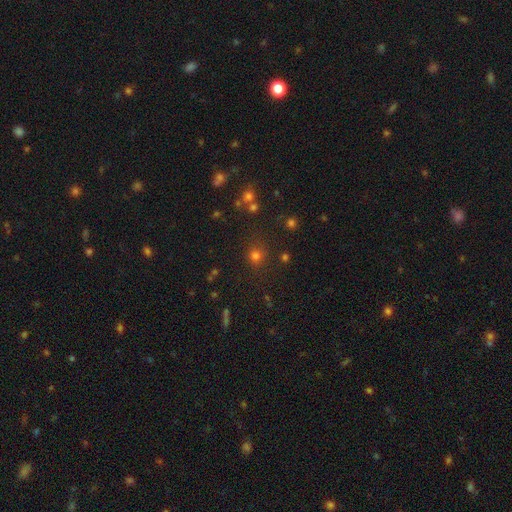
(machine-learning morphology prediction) Smooth or featured: smooth — 73% (star or artifact — 21%)
How rounded: round — 90% (in between — 9%)
Merging: none — 83% (minor disturbance — 9%)